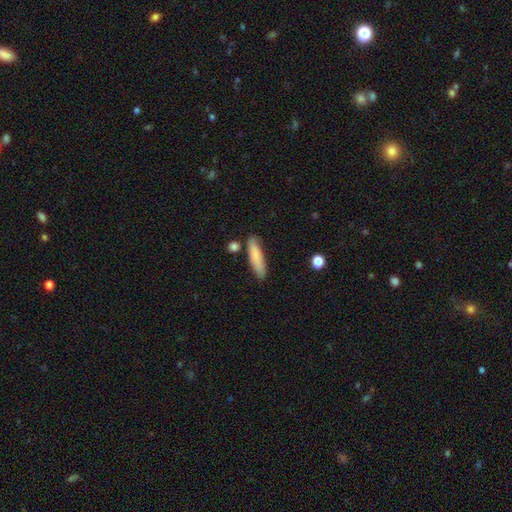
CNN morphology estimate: type=smooth (82%); roundness=cigar-shaped (72%); merging=none (79%).